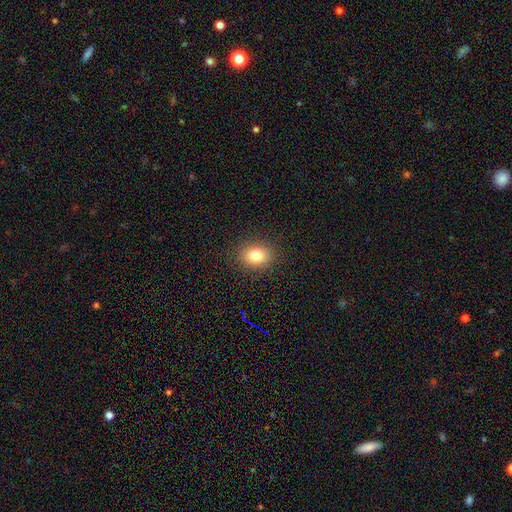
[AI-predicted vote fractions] Smooth or featured: smooth — 80% (star or artifact — 12%)
How rounded: in between — 51% (round — 48%)
Merging: none — 89% (minor disturbance — 7%)